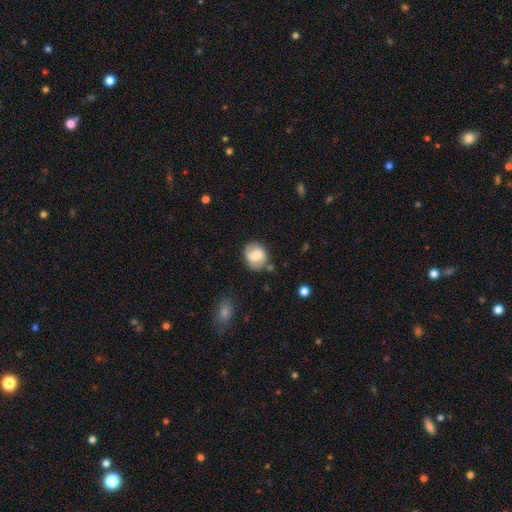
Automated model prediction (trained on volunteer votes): smooth_or_featured: smooth (p=0.57) [alt: featured or disk p=0.36]
how_rounded: round (p=0.66) [alt: in between p=0.33]
merging: none (p=0.71) [alt: minor disturbance p=0.19]